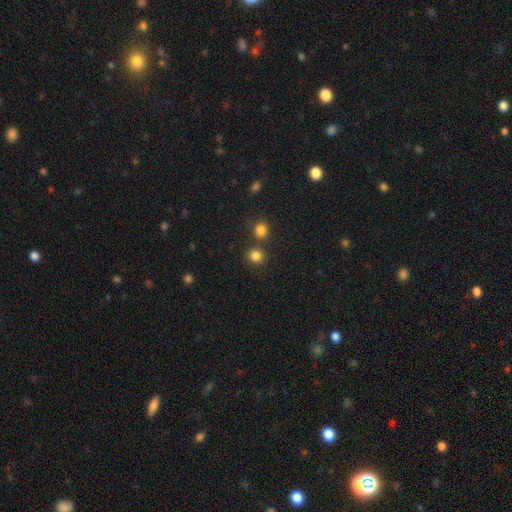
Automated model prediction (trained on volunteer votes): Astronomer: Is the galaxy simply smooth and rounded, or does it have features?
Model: smooth — 83%.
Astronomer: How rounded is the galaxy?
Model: round — 79%.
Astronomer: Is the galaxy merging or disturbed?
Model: none — 74%.